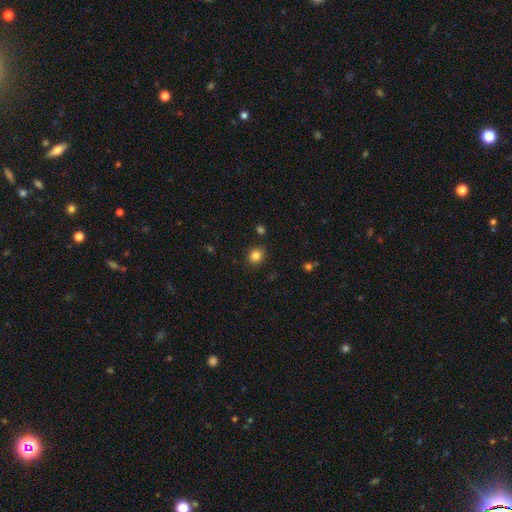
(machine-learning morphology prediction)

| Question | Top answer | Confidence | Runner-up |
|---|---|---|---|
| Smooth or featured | smooth | 83% | star or artifact (11%) |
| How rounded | round | 74% | in between (25%) |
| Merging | none | 87% | minor disturbance (9%) |